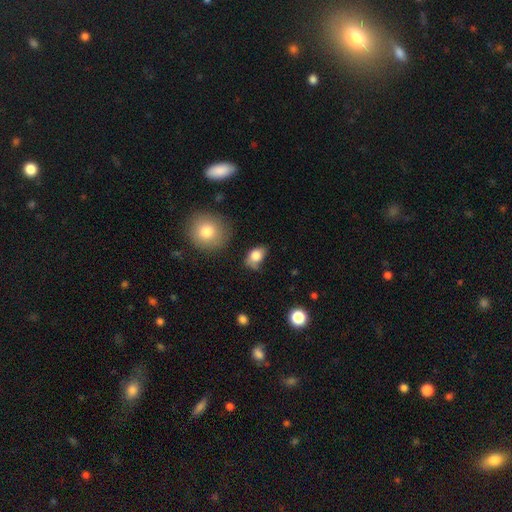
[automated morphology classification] smooth-or-featured: smooth: 80% | featured or disk: 11% | star or artifact: 9%
  how-rounded: in between: 81% | round: 17% | cigar-shaped: 2%
  merging: none: 51% | minor disturbance: 34% | major disturbance: 11% | merger: 5%